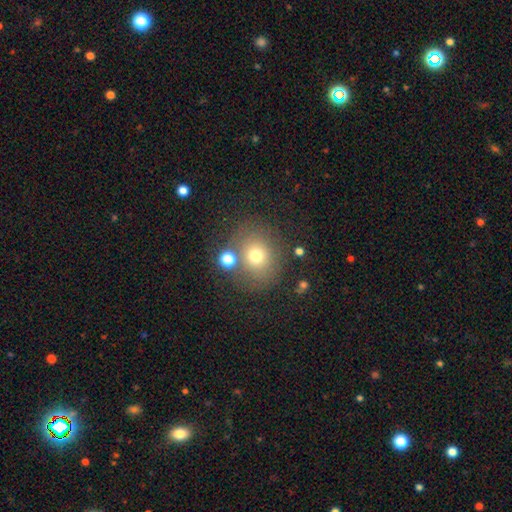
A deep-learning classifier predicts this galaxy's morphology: type=smooth (68%); roundness=round (76%); merging=none (70%).